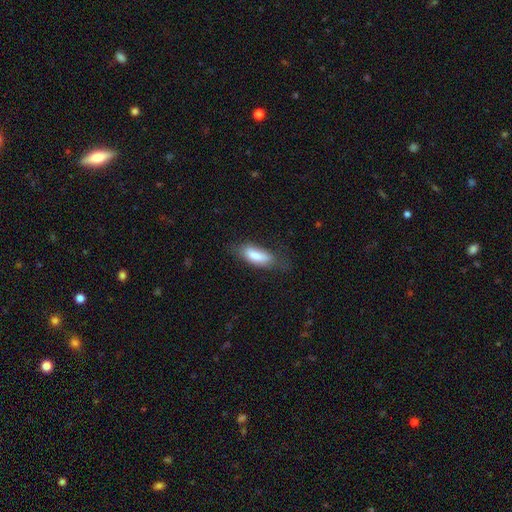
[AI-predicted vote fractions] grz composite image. It shows a smooth galaxy with no disk features (77%) that is in between round and cigar-shaped (73%). Merging: none (59%).